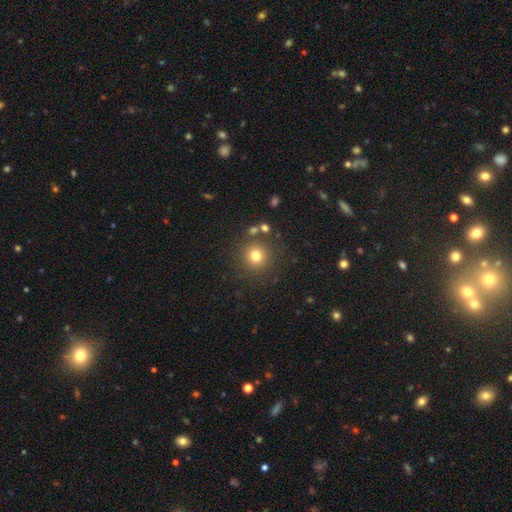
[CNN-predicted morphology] Smooth or featured: smooth — 78% (star or artifact — 14%)
How rounded: round — 94% (in between — 5%)
Merging: none — 84% (minor disturbance — 7%)